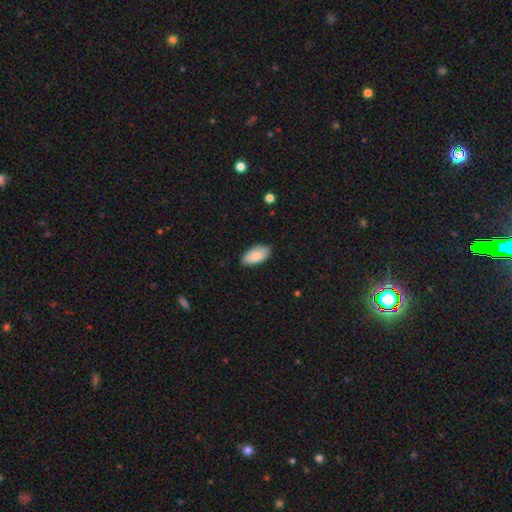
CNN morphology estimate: smooth-or-featured: smooth: 87% | featured or disk: 7% | star or artifact: 6%
  how-rounded: in between: 94% | cigar-shaped: 4% | round: 2%
  merging: none: 84% | minor disturbance: 12% | major disturbance: 2% | merger: 1%